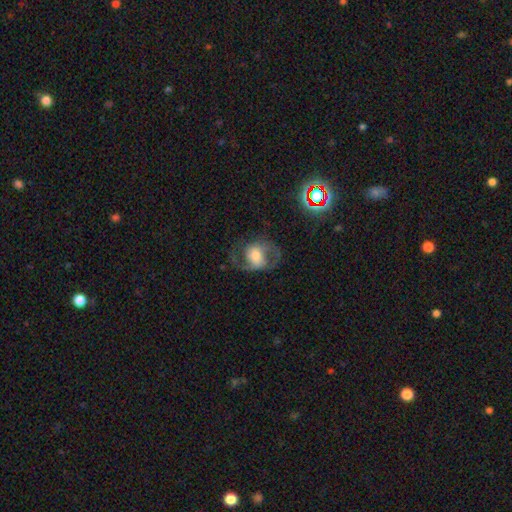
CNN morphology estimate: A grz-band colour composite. It shows a featured or disk galaxy (65%) with no bar (55%), 2 (85%) medium (52%) spiral arms (80%) and a moderate central bulge (48%). Merging: none (62%).